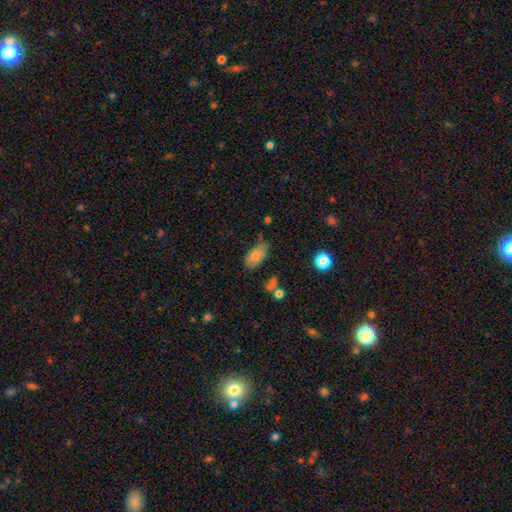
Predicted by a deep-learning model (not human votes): This appears to be a smooth galaxy with no disk features (75%) that is in between round and cigar-shaped (92%). Merging: none (59%).